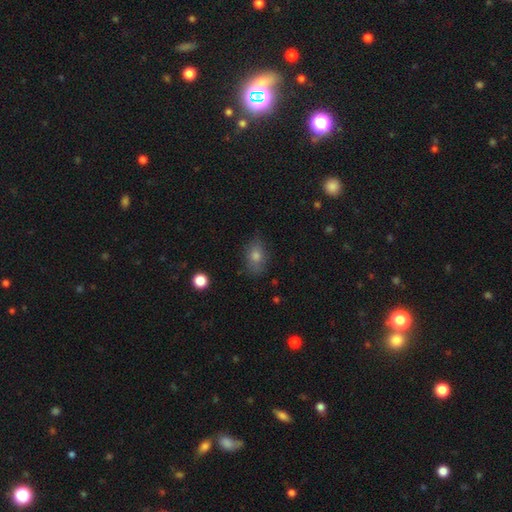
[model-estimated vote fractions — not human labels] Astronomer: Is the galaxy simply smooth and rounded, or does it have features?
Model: smooth — 72%.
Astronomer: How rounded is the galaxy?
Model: in between — 79%.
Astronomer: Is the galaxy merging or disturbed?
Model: none — 79%.